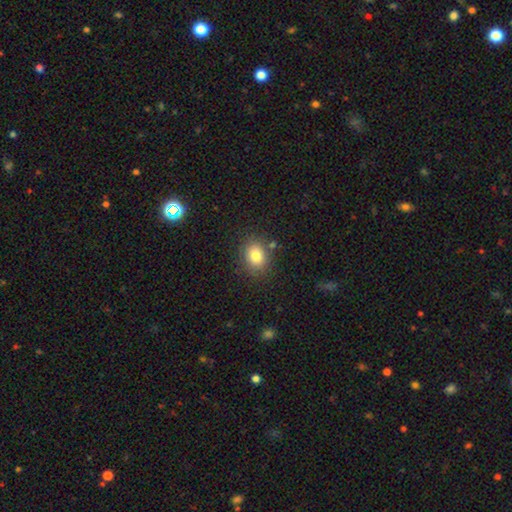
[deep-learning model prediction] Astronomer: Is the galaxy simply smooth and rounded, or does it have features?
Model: smooth — 81%.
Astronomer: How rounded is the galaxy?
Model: round — 52% (runner-up: in between, 47%).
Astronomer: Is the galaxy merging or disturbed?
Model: none — 81%.